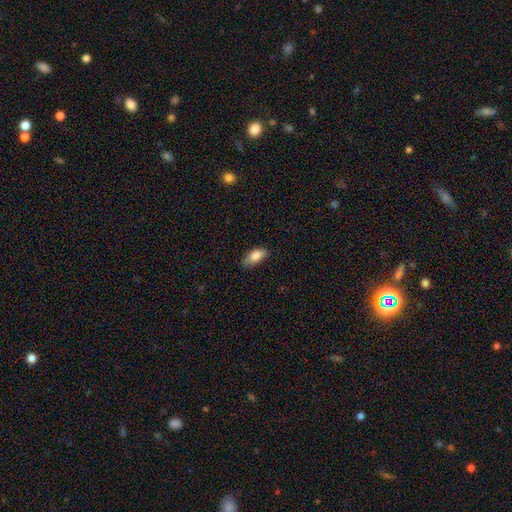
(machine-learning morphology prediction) smooth_or_featured: smooth (p=0.85) [alt: featured or disk p=0.08]
how_rounded: in between (p=0.88) [alt: cigar-shaped p=0.08]
merging: none (p=0.70) [alt: minor disturbance p=0.25]